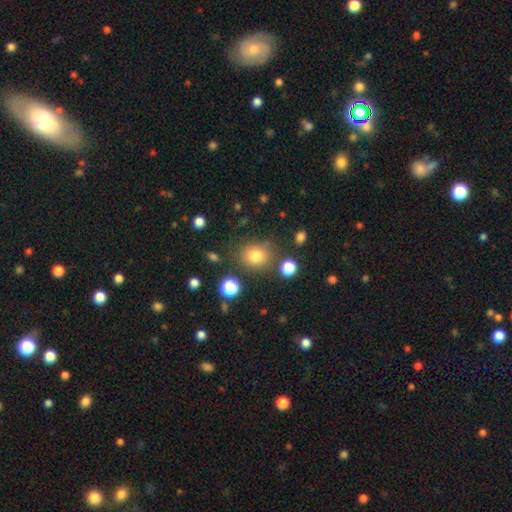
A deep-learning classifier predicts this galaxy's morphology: A smooth galaxy with no disk features (78%) that is round (79%).

Vote fractions:
- Smooth or featured? smooth: 78% / star or artifact: 14% / featured or disk: 7%
- How rounded? round: 79% / in between: 20% / cigar-shaped: 1%
- Merging? none: 79% / minor disturbance: 11% / merger: 6% / major disturbance: 4%